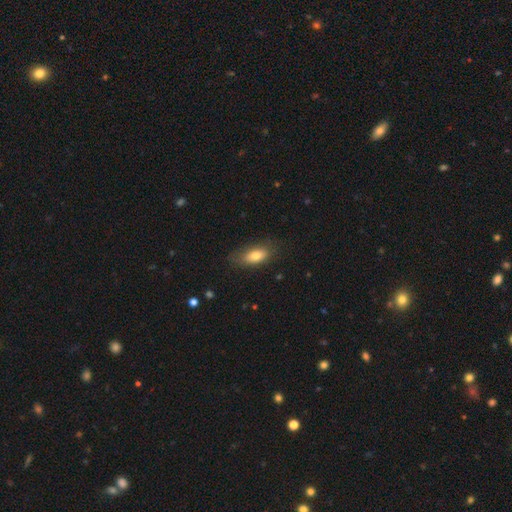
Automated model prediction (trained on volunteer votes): Morphology: type=smooth (76%); roundness=in between (83%); merging=none (73%).